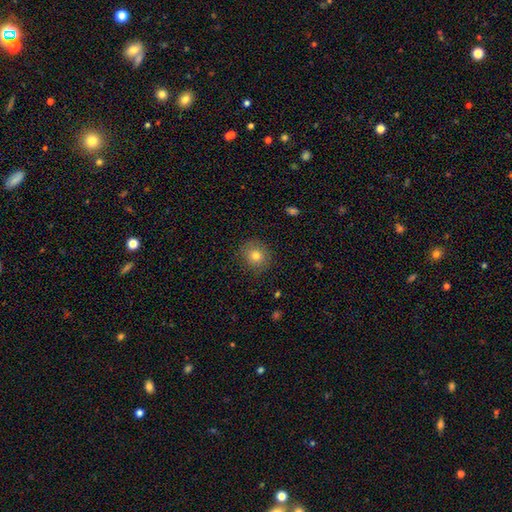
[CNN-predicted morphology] Overall: smooth (77%). How rounded: round (85%). Merging: none (84%).